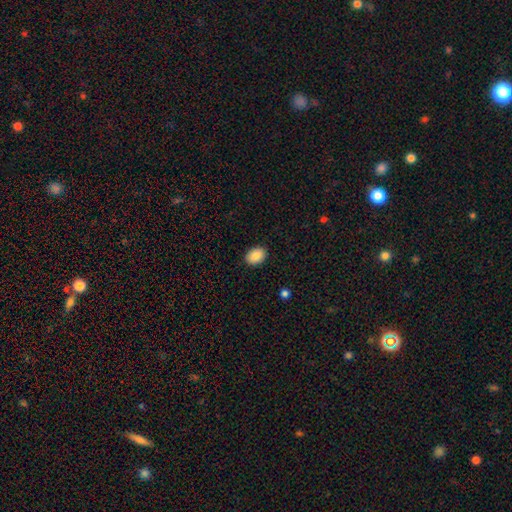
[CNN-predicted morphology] Overall: smooth (89%). How rounded: in between (82%). Merging: none (90%).